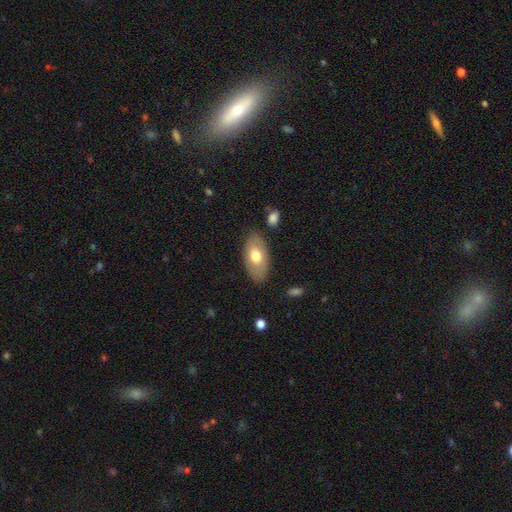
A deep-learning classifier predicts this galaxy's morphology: This is likely a smooth galaxy (64%). How rounded: clearly in between (93%). Merging: clearly none (82%).